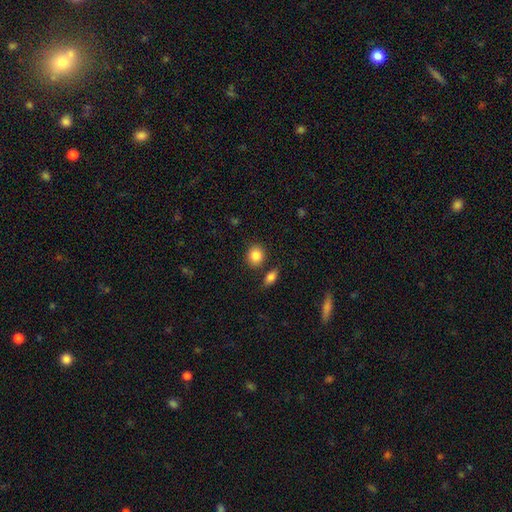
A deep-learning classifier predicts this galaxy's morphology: Smooth or featured?
  - smooth: 87% *
  - star or artifact: 8%
  - featured or disk: 5%
How rounded?
  - round: 73% *
  - in between: 26%
  - cigar-shaped: 1%
Merging?
  - none: 78% *
  - minor disturbance: 10%
  - merger: 9%
  - major disturbance: 3%